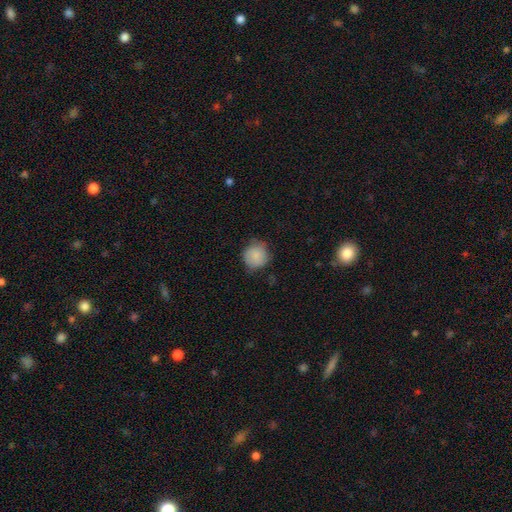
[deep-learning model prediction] Smooth or featured: smooth — 82% (featured or disk — 10%)
How rounded: round — 89% (in between — 10%)
Merging: none — 69% (minor disturbance — 24%)